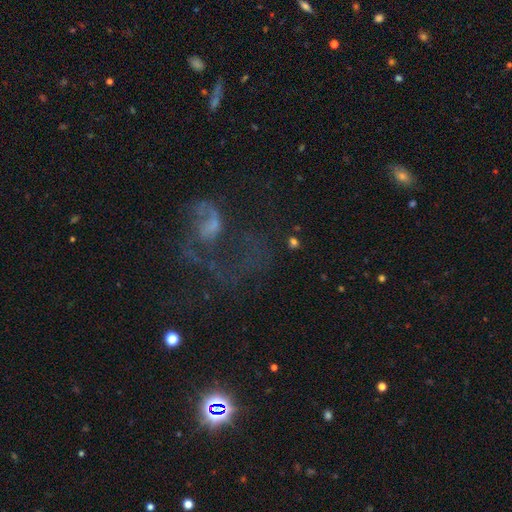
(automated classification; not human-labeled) featured or disk 50%, star or artifact 30%, smooth 20%. Down the decision tree: merging — major disturbance (47%).